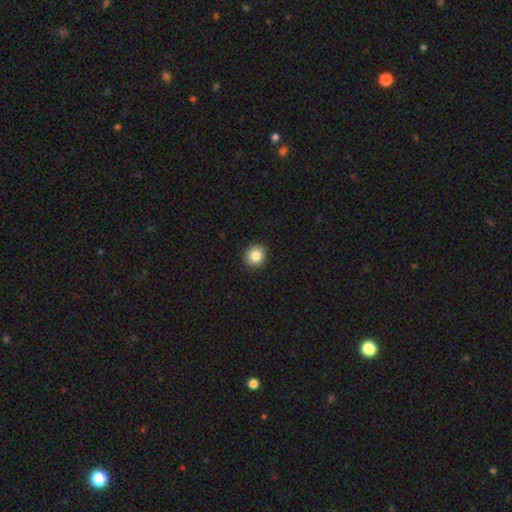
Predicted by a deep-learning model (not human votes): A smooth galaxy with no disk features (85%) that is round (85%).

Vote fractions:
- Smooth or featured? smooth: 85% / star or artifact: 9% / featured or disk: 5%
- How rounded? round: 85% / in between: 14% / cigar-shaped: 1%
- Merging? none: 92% / minor disturbance: 5% / major disturbance: 2% / merger: 1%